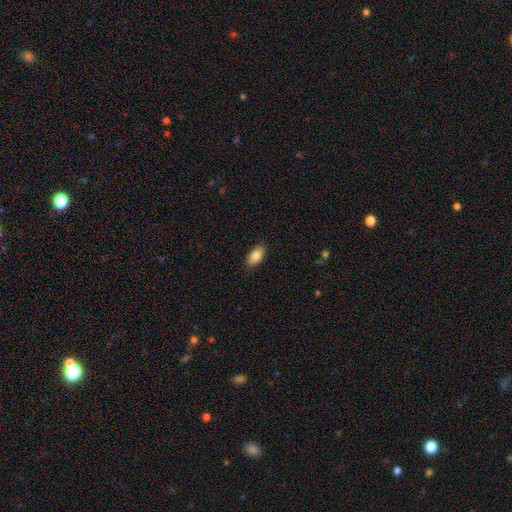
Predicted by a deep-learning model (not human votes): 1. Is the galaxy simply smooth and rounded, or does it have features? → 83% smooth, 10% featured or disk, 7% star or artifact.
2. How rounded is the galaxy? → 91% in between, 5% cigar-shaped, 4% round.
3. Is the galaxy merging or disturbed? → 88% none, 9% minor disturbance, 2% major disturbance, 1% merger.